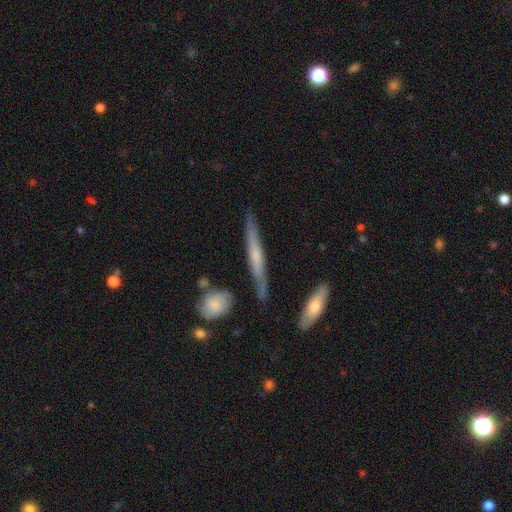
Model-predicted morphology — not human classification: This is possibly a featured or disk galaxy (53%). It is clearly viewed edge-on (93%). Merging: clearly none (83%).